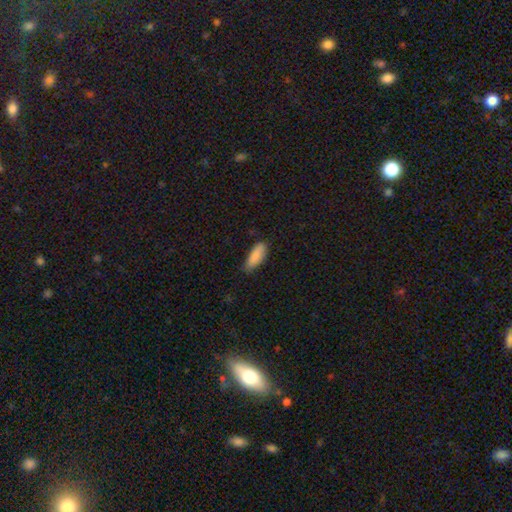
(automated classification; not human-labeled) This appears to be a smooth galaxy with no disk features (87%) that is in between round and cigar-shaped (68%). Merging: none (72%).